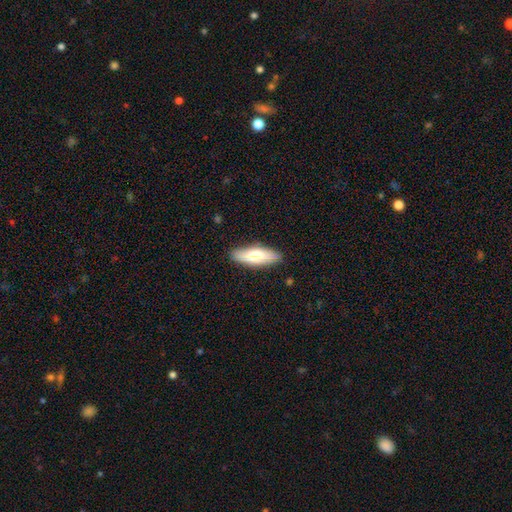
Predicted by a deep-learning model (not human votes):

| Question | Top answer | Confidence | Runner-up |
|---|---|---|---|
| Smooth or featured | smooth | 72% | featured or disk (22%) |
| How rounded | in between | 59% | cigar-shaped (39%) |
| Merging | none | 85% | minor disturbance (12%) |